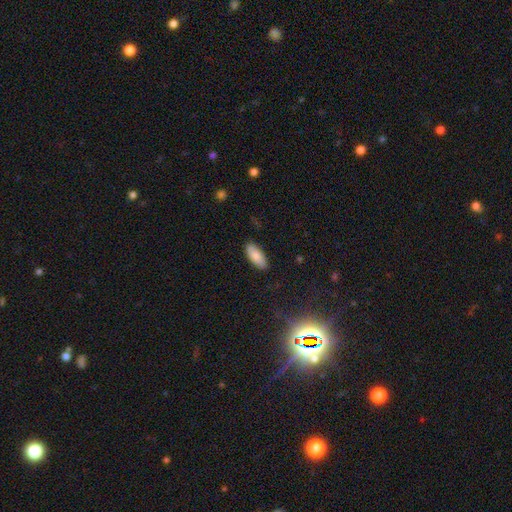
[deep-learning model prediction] smooth_or_featured: smooth (p=0.84) [alt: featured or disk p=0.09]
how_rounded: in between (p=0.82) [alt: cigar-shaped p=0.16]
merging: none (p=0.88) [alt: minor disturbance p=0.09]